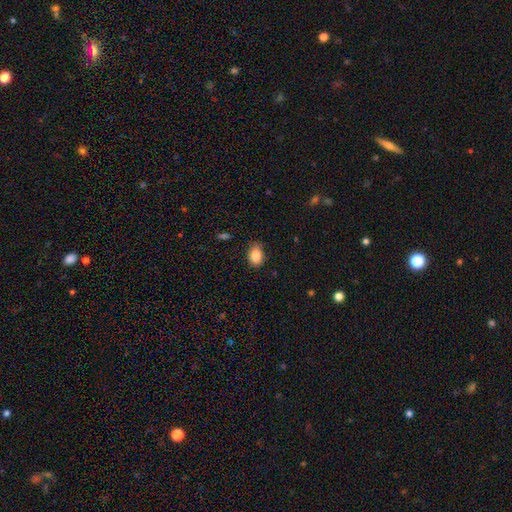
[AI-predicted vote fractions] A smooth galaxy with no disk features (88%) that is in between round and cigar-shaped (72%). Merging: none (77%).